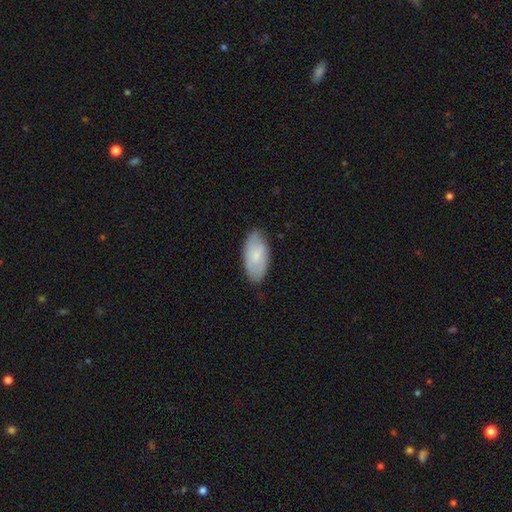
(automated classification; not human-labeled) smooth_or_featured: smooth (p=0.74) [alt: featured or disk p=0.20]
how_rounded: in between (p=0.94) [alt: cigar-shaped p=0.04]
merging: none (p=0.82) [alt: minor disturbance p=0.15]